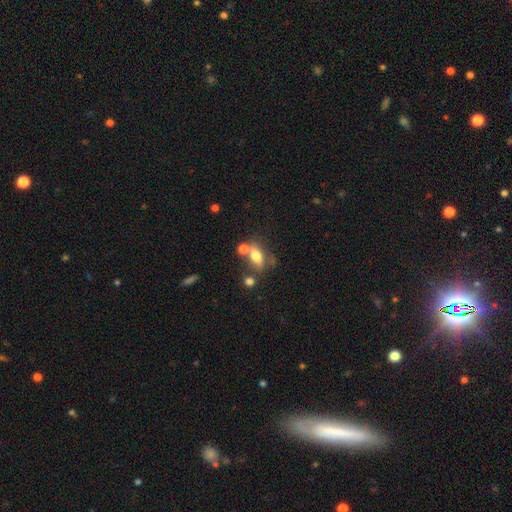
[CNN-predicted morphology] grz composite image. It shows a smooth galaxy with no disk features (70%) that is in between round and cigar-shaped (76%). Merging: none (52%).